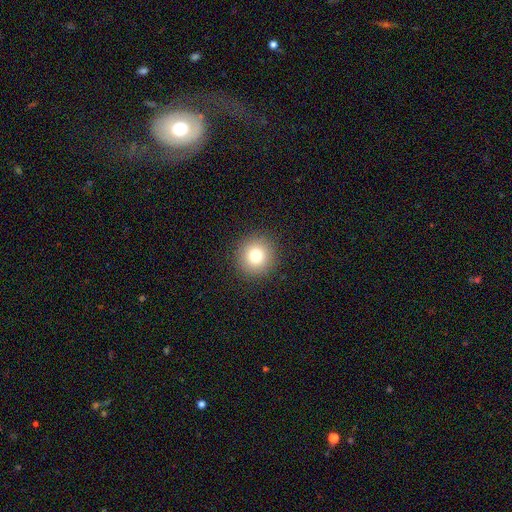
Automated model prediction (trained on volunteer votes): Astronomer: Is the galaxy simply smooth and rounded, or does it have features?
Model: smooth — 78%.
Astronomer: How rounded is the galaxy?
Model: round — 94%.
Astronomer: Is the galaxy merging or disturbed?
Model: none — 92%.